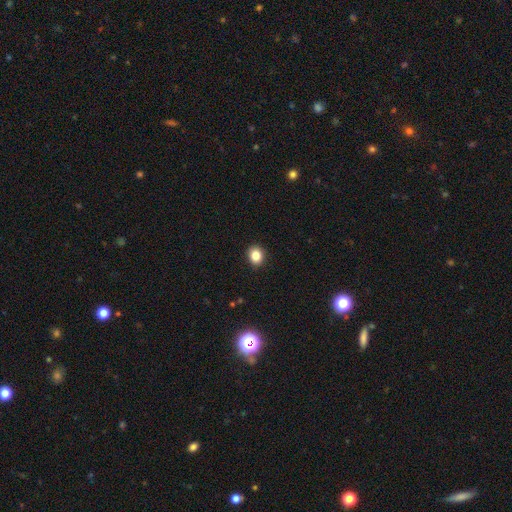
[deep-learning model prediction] Smooth or featured? Predicted: smooth (p=0.85). How rounded? Predicted: round (p=0.65). Merging? Predicted: none (p=0.91).